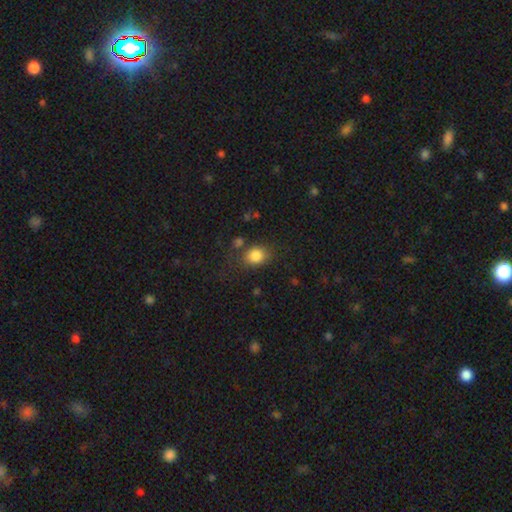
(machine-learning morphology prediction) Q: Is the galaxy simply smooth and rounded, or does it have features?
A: smooth — 83%.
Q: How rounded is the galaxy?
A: round — 51%.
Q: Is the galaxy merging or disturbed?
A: none — 71%.